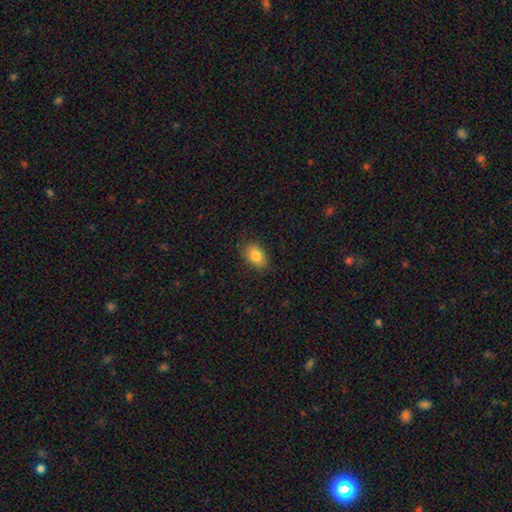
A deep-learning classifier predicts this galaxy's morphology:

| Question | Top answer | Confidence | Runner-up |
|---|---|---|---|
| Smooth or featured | smooth | 82% | star or artifact (9%) |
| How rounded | in between | 79% | round (19%) |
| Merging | none | 85% | minor disturbance (11%) |